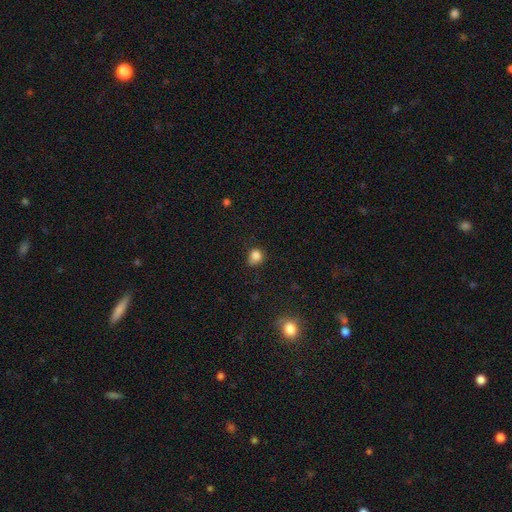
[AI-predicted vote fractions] smooth-or-featured: smooth: 82% | star or artifact: 12% | featured or disk: 6%
  how-rounded: round: 68% | in between: 31% | cigar-shaped: 1%
  merging: none: 54% | minor disturbance: 32% | major disturbance: 10% | merger: 4%